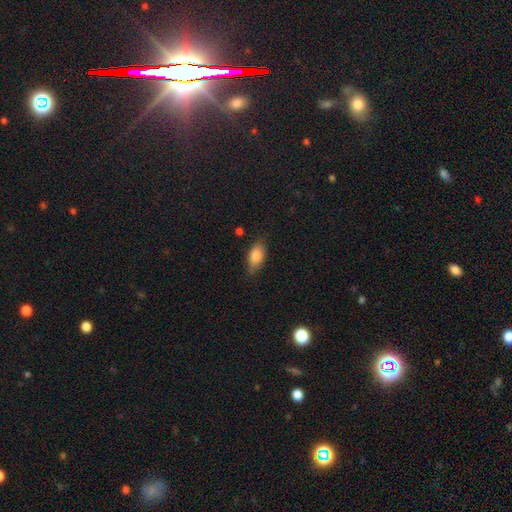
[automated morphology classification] A smooth galaxy with no disk features (81%) that is in between round and cigar-shaped (85%). Merging: none (80%).